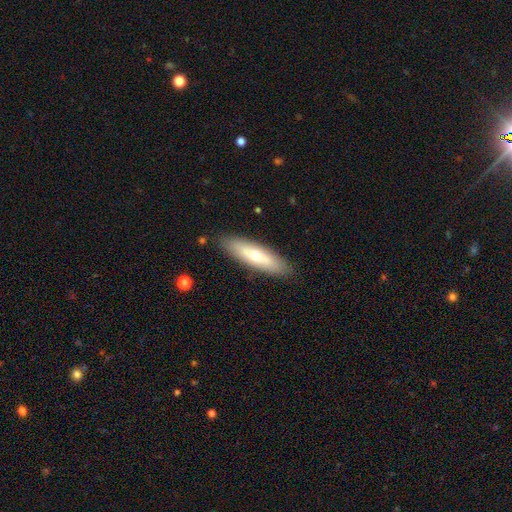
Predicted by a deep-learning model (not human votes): A smooth galaxy with no disk features (57%) that is cigar-shaped (64%).

Vote fractions:
- Smooth or featured? smooth: 57% / featured or disk: 37% / star or artifact: 6%
- How rounded? cigar-shaped: 64% / in between: 35% / round: 2%
- Merging? none: 88% / minor disturbance: 9% / major disturbance: 2% / merger: 1%